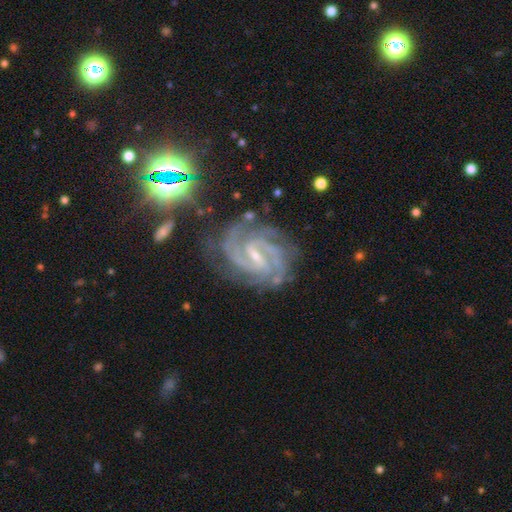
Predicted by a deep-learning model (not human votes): A featured or disk galaxy (91%) with a weak bar (47%), 2 (34%) tight (56%) spiral arms (99%) and a small central bulge (71%). Merging: none (72%).